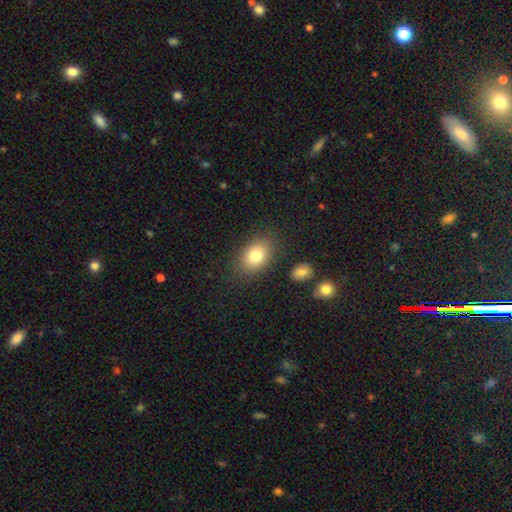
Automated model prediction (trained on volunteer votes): smooth 81%, featured or disk 11%, star or artifact 9%. Down the decision tree: how rounded — in between (80%); merging — none (82%).